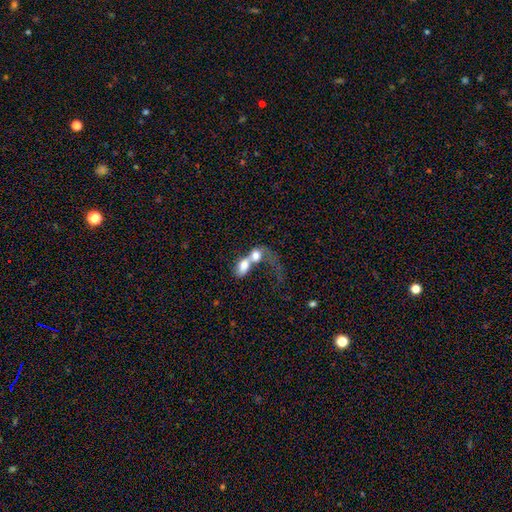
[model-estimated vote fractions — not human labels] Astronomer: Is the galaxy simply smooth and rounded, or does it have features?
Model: smooth — 66%.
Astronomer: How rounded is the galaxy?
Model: in between — 72%.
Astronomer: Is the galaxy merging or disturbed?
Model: merger — 77%.